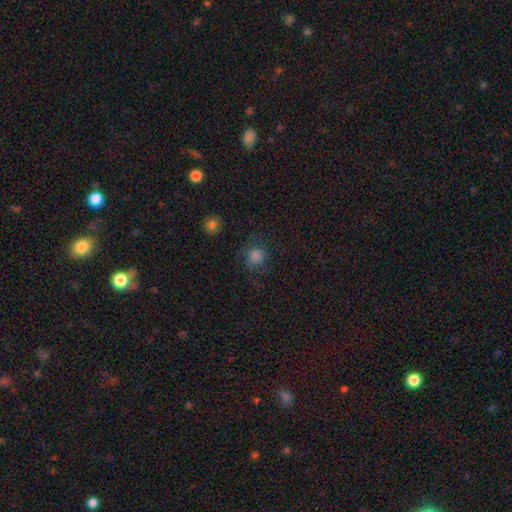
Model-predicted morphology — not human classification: type=smooth (71%); roundness=round (86%); merging=none (70%).